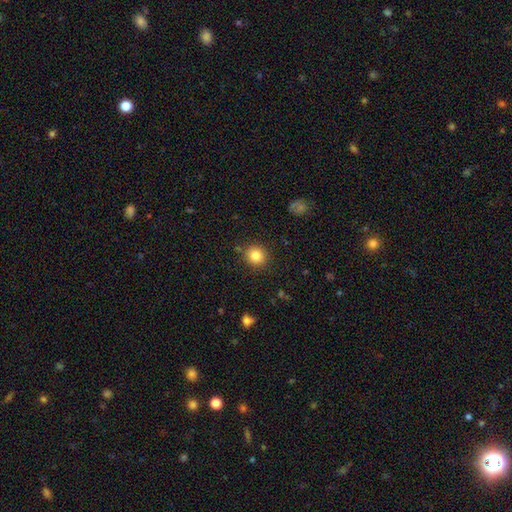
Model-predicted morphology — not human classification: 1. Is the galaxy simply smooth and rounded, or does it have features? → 83% smooth, 11% star or artifact, 6% featured or disk.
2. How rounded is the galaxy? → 88% round, 11% in between, 1% cigar-shaped.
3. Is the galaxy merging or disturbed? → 88% none, 8% minor disturbance, 2% major disturbance, 2% merger.